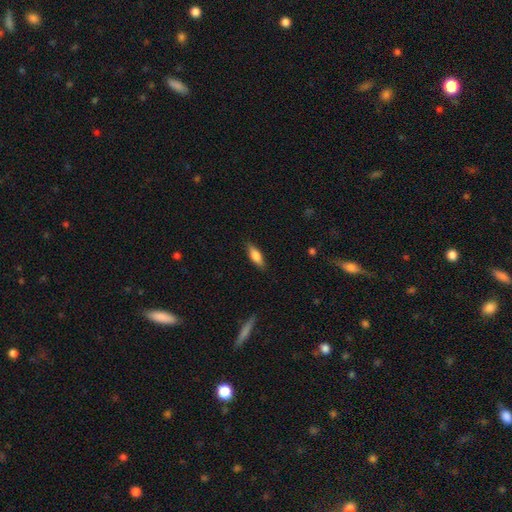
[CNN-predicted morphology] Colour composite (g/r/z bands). It shows a smooth galaxy with no disk features (75%) that is in between round and cigar-shaped (58%). Merging: none (86%).